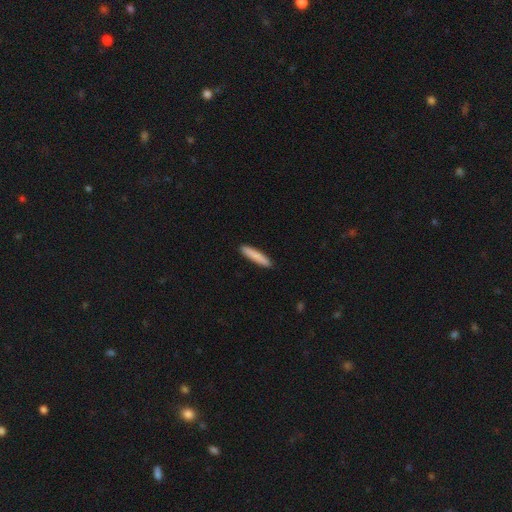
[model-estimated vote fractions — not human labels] smooth-or-featured: smooth: 86% | featured or disk: 8% | star or artifact: 5%
  how-rounded: cigar-shaped: 90% | in between: 9% | round: 1%
  merging: none: 92% | minor disturbance: 6% | major disturbance: 1% | merger: 1%